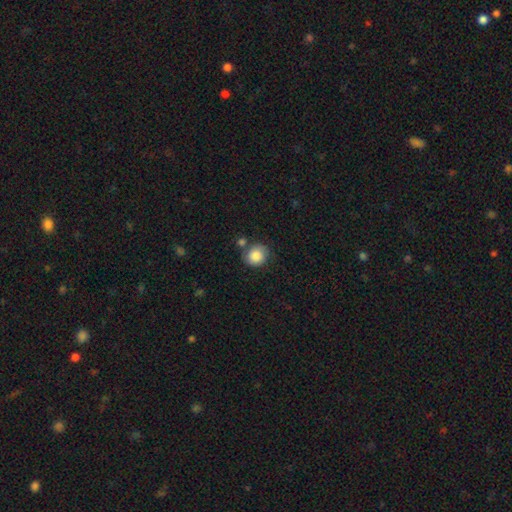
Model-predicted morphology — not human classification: Smooth or featured?
  - smooth: 86% *
  - star or artifact: 8%
  - featured or disk: 7%
How rounded?
  - round: 81% *
  - in between: 19%
  - cigar-shaped: 1%
Merging?
  - none: 67% *
  - minor disturbance: 15%
  - merger: 14%
  - major disturbance: 4%